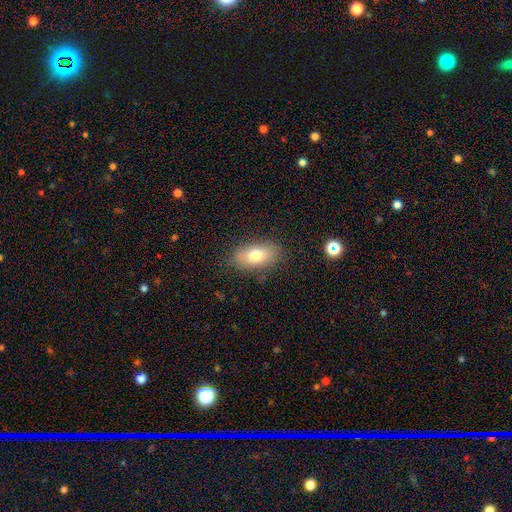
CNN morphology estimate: smooth_or_featured: smooth (p=0.75) [alt: featured or disk p=0.17]
how_rounded: in between (p=0.89) [alt: round p=0.07]
merging: none (p=0.83) [alt: minor disturbance p=0.12]